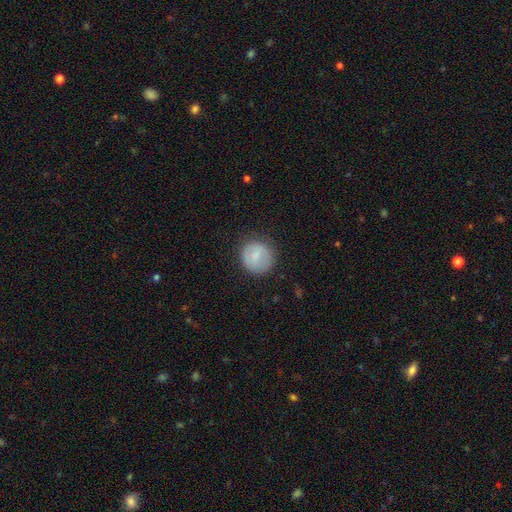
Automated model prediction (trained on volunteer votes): A smooth galaxy with no disk features (79%) that is round (92%).

Vote fractions:
- Smooth or featured? smooth: 79% / featured or disk: 15% / star or artifact: 7%
- How rounded? round: 92% / in between: 7% / cigar-shaped: 1%
- Merging? none: 79% / minor disturbance: 15% / major disturbance: 5% / merger: 1%